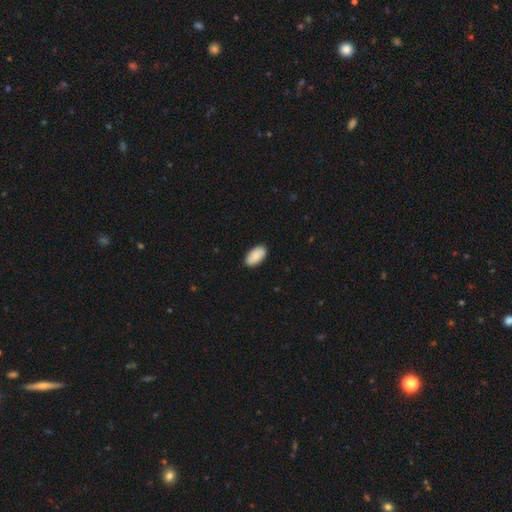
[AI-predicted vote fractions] Morphology: type=smooth (88%); roundness=in between (96%); merging=none (88%).